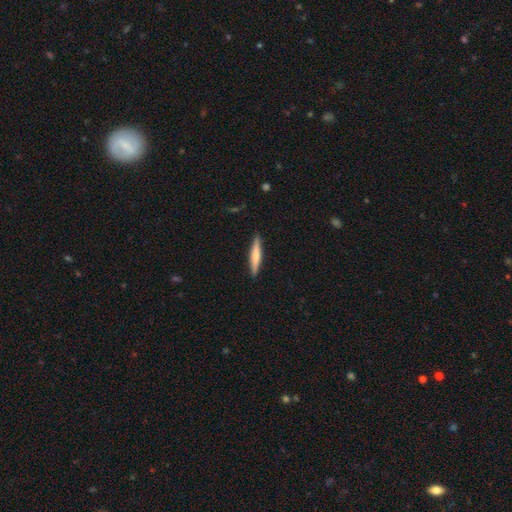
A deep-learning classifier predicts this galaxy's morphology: This appears to be a smooth galaxy with no disk features (60%) that is cigar-shaped (92%). Merging: none (90%).